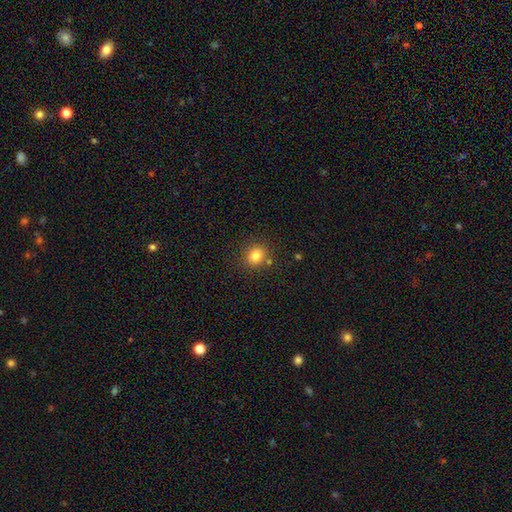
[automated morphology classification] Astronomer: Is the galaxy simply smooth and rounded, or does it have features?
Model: smooth — 81%.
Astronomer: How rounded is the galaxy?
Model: round — 80%.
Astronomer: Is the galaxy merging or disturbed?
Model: none — 82%.